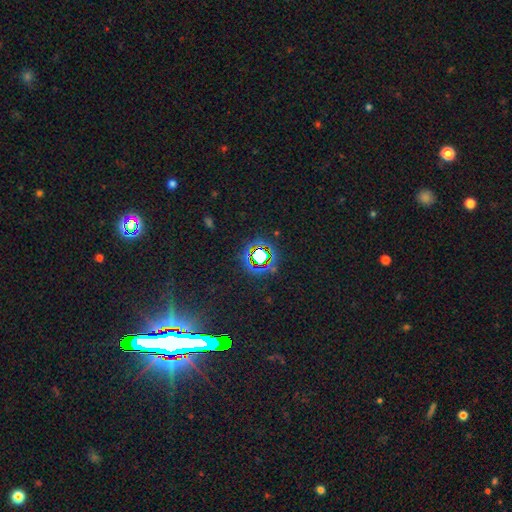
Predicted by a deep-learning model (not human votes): This appears to be a star or artifact, not a galaxy (75%).